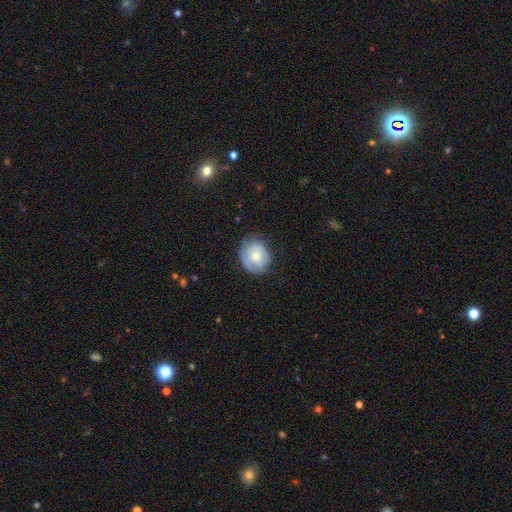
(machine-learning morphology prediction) Smooth or featured? Predicted: smooth (p=0.58). How rounded? Predicted: round (p=0.67). Merging? Predicted: none (p=0.65).